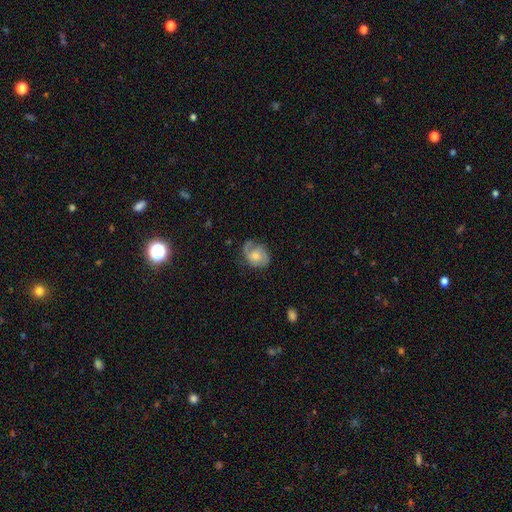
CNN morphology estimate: This appears to be a featured or disk galaxy (55%) with no bar (73%), spiral arms (85%) and a moderate central bulge (55%). Merging: none (57%).